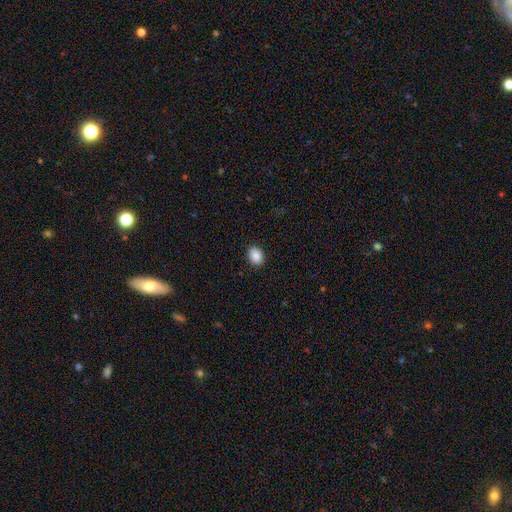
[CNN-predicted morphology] Smooth or featured: smooth — 89% (star or artifact — 8%)
How rounded: in between — 66% (round — 33%)
Merging: none — 90% (minor disturbance — 7%)